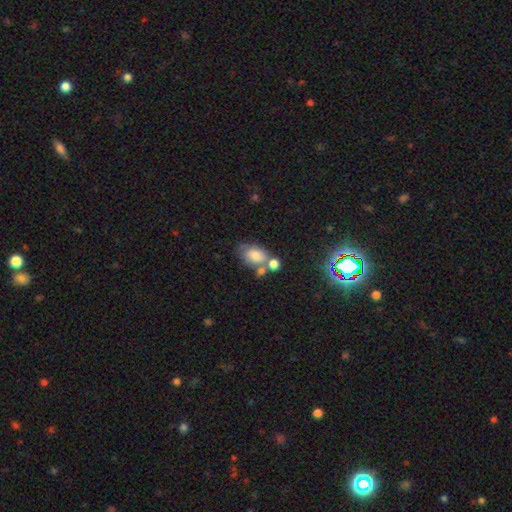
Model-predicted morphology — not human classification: smooth_or_featured: smooth (p=0.75) [alt: featured or disk p=0.15]
how_rounded: in between (p=0.84) [alt: round p=0.15]
merging: none (p=0.39) [alt: merger p=0.34]